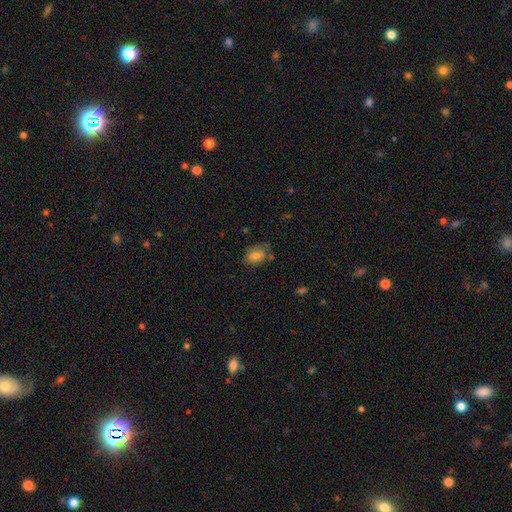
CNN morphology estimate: Smooth or featured? Predicted: smooth (p=0.77). How rounded? Predicted: in between (p=0.77). Merging? Predicted: none (p=0.59).